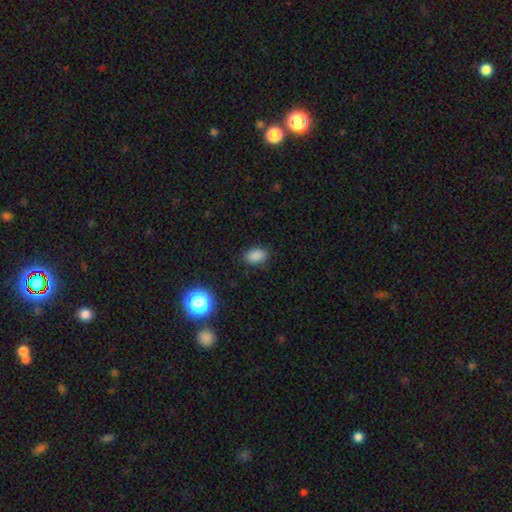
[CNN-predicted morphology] Smooth or featured: smooth — 84% (star or artifact — 12%)
How rounded: in between — 82% (round — 17%)
Merging: none — 85% (minor disturbance — 11%)